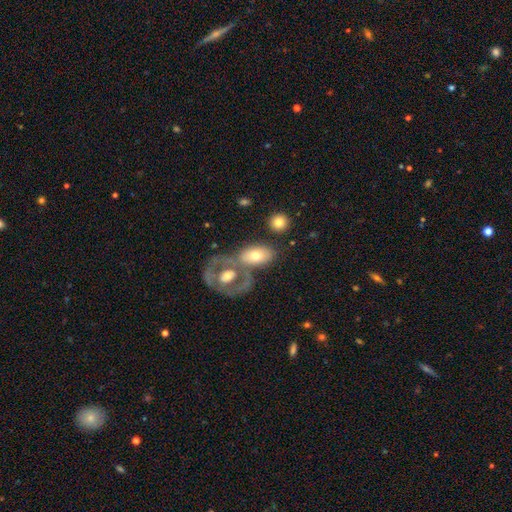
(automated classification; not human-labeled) smooth 58%, featured or disk 35%, star or artifact 7%. Down the decision tree: how rounded — in between (82%); merging — none (48%).